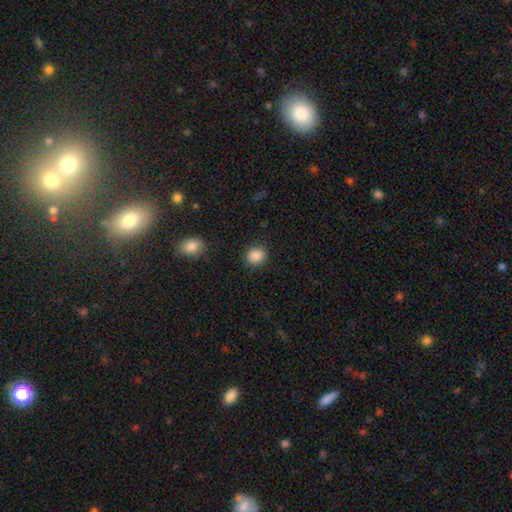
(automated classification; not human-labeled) A smooth galaxy with no disk features (88%) that is round (78%). Merging: none (89%).